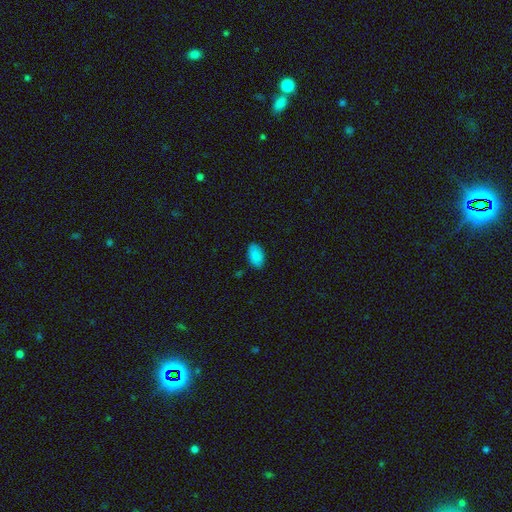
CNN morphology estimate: The model was most divided on "merging": none: 86%, minor disturbance: 11%, major disturbance: 2%, merger: 1%. More confident: how rounded — in between (94%); smooth or featured — smooth (88%).